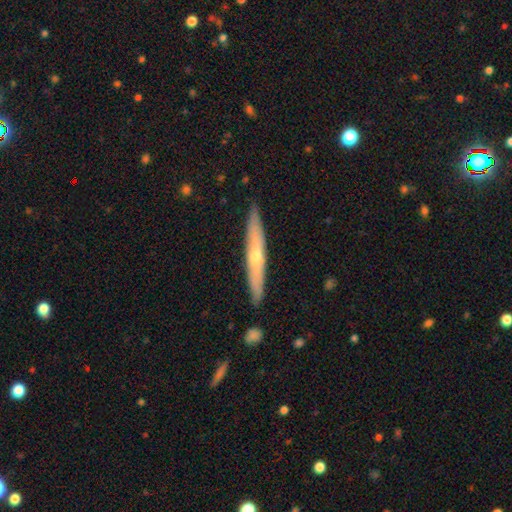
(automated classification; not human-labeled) This appears to be a featured or disk galaxy (58%) viewed edge-on (91%) with a rounded central bulge (73%). Merging: none (89%).